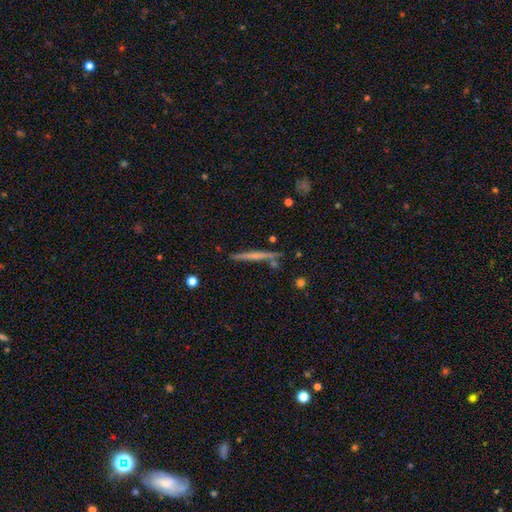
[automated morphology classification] Q: Smooth or featured?
A: featured or disk (49%); runner-up: smooth (44%)
Q: Merging?
A: none (85%); runner-up: minor disturbance (10%)